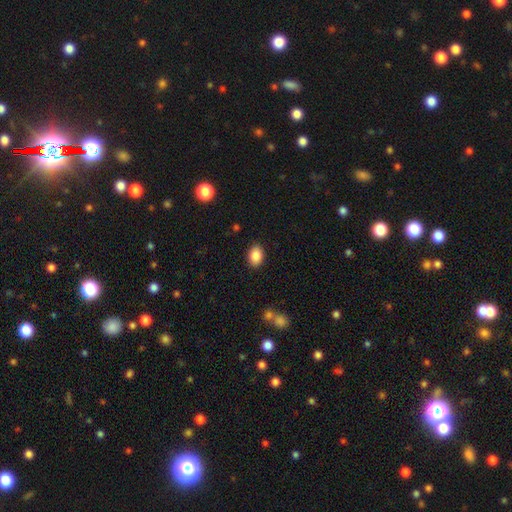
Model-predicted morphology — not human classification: smooth-or-featured: smooth: 87% | star or artifact: 8% | featured or disk: 6%
  how-rounded: in between: 83% | round: 16% | cigar-shaped: 1%
  merging: none: 88% | minor disturbance: 8% | major disturbance: 2% | merger: 1%